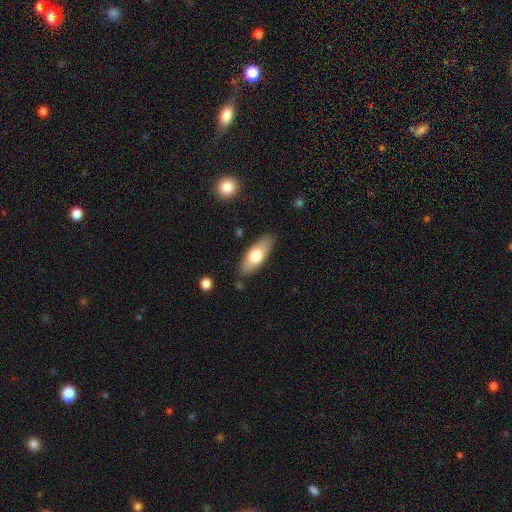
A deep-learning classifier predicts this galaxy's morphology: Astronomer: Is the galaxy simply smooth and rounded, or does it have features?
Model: smooth — 69%.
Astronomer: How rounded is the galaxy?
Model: in between — 74%.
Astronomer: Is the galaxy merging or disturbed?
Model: none — 84%.